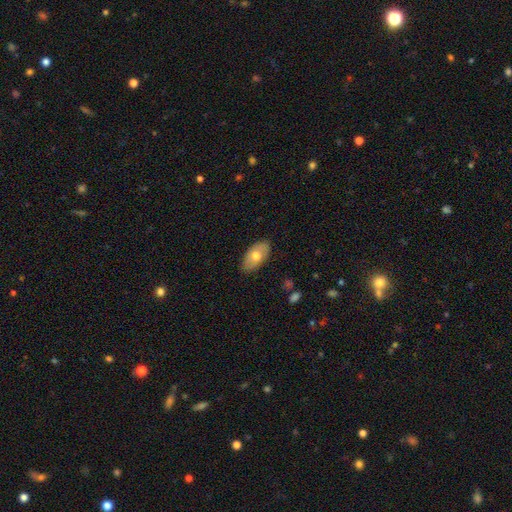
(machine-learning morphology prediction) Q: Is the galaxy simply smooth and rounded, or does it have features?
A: smooth — 66%.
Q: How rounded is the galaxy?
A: in between — 93%.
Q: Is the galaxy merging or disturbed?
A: none — 84%.